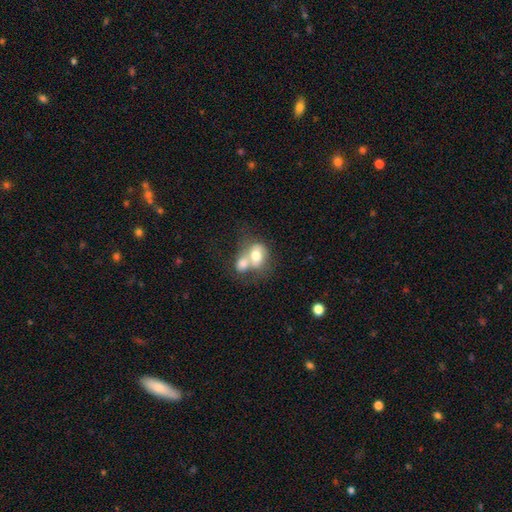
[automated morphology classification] Overall: smooth (67%). How rounded: in between (63%; round 36%). Merging: merger (69%).